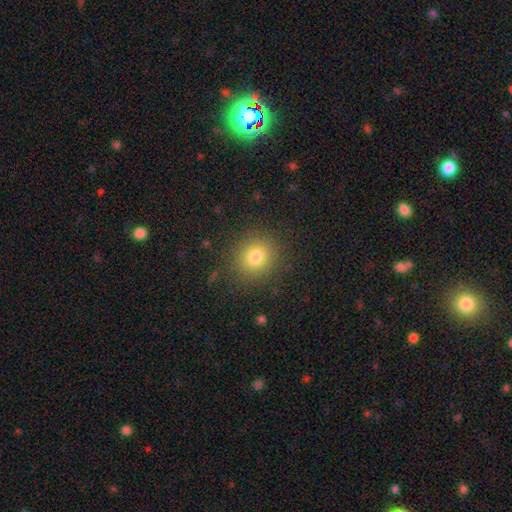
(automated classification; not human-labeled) Morphology: type=smooth (78%); roundness=round (87%); merging=none (90%).